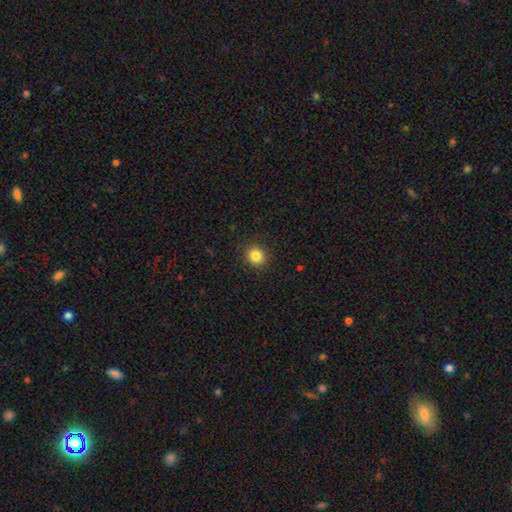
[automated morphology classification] smooth_or_featured: smooth (p=0.84) [alt: star or artifact p=0.11]
how_rounded: round (p=0.86) [alt: in between p=0.13]
merging: none (p=0.91) [alt: minor disturbance p=0.06]